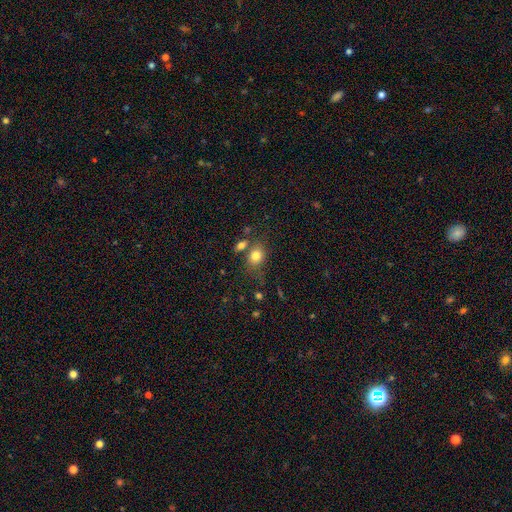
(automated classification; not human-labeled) Smooth or featured? smooth (80%)
How rounded? in between (62%)
Merging? none (57%)